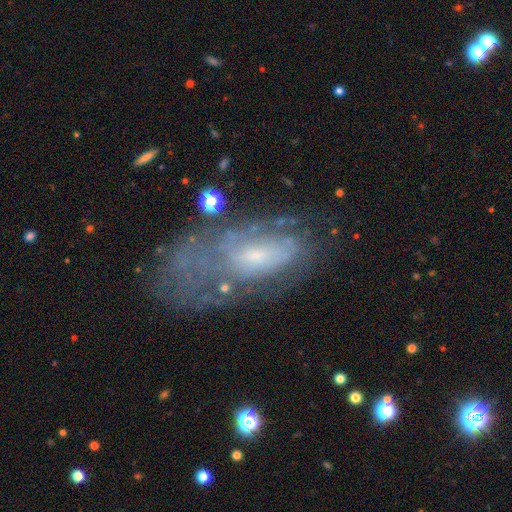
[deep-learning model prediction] A featured or disk galaxy (64%) with no bar (72%), spiral arms (59%) and a small central bulge (60%). Merging: none (51%).